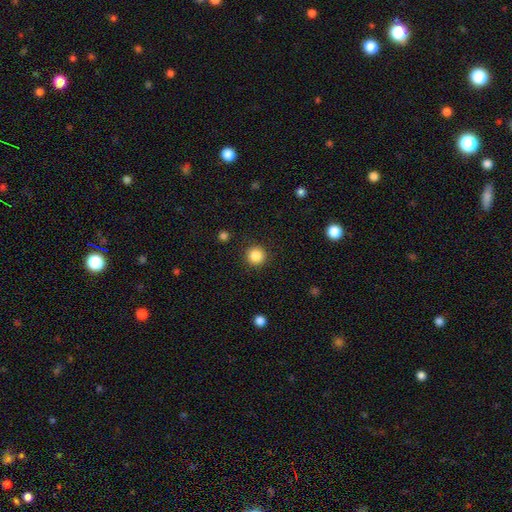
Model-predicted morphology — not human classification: type=smooth (87%); roundness=round (95%); merging=none (91%).